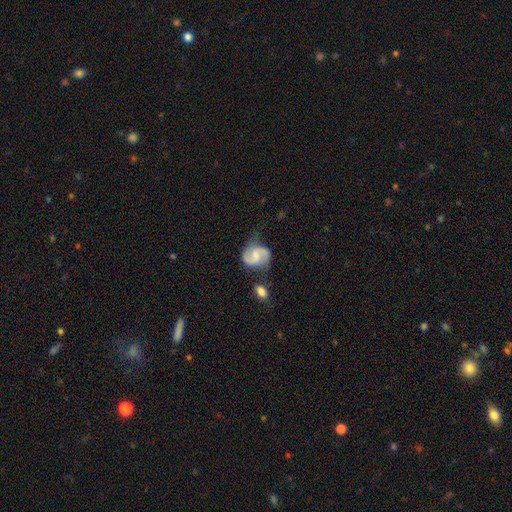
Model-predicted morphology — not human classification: Q: Smooth or featured?
A: featured or disk (76%); runner-up: smooth (17%)
Q: Edge-on disk?
A: no (98%); runner-up: yes (2%)
Q: Bar?
A: weak (46%); runner-up: no (44%)
Q: Spiral arms?
A: yes (95%); runner-up: no (5%)
Q: Spiral winding?
A: medium (50%); runner-up: loose (34%)
Q: Spiral arm count?
A: 2 (91%); runner-up: can't tell (4%)
Q: Bulge size?
A: small (46%); runner-up: moderate (33%)
Q: Merging?
A: none (65%); runner-up: minor disturbance (21%)